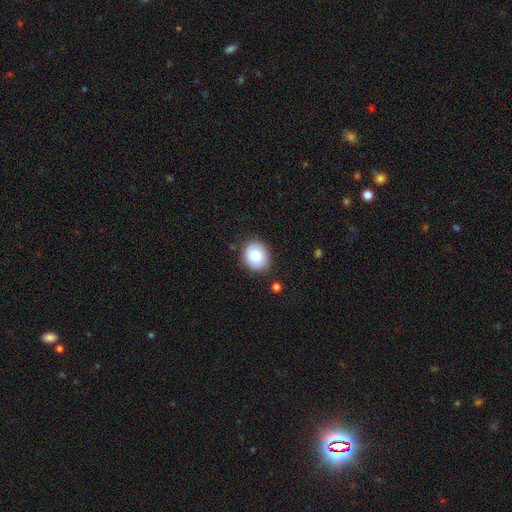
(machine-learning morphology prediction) Q: Smooth or featured?
A: smooth (85%); runner-up: featured or disk (8%)
Q: How rounded?
A: round (61%); runner-up: in between (38%)
Q: Merging?
A: none (82%); runner-up: minor disturbance (13%)